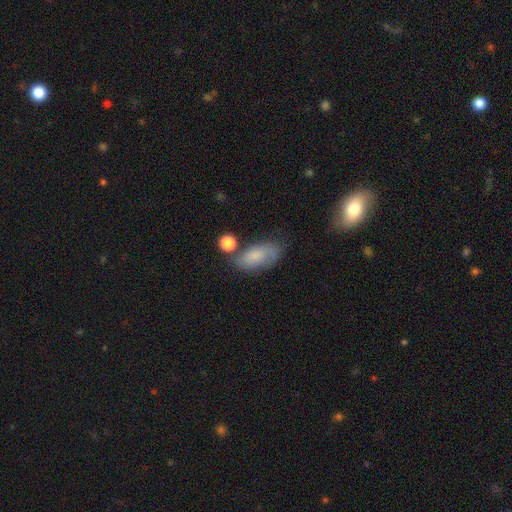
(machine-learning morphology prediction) The model was most divided on "merging": none: 58%, minor disturbance: 24%, merger: 10%, major disturbance: 8%. More confident: how rounded — in between (88%); smooth or featured — smooth (70%).